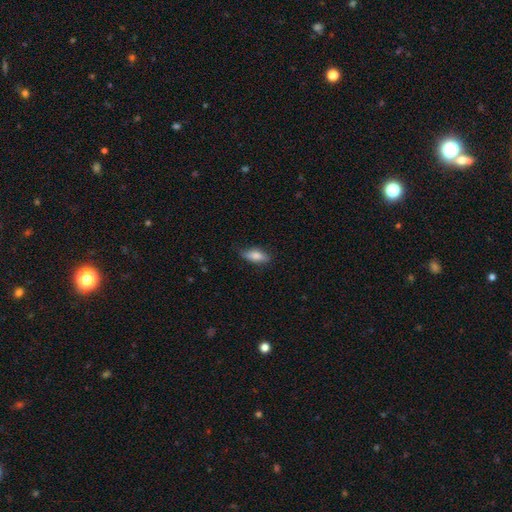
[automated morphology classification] Smooth or featured? Predicted: smooth (p=0.77). How rounded? Predicted: in between (p=0.76). Merging? Predicted: none (p=0.73).